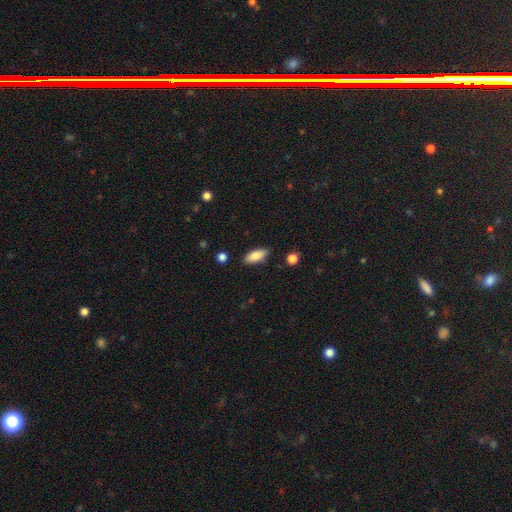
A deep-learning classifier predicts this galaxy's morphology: The model was most divided on "how rounded": in between: 79%, cigar-shaped: 19%, round: 2%. More confident: merging — none (86%); smooth or featured — smooth (82%).